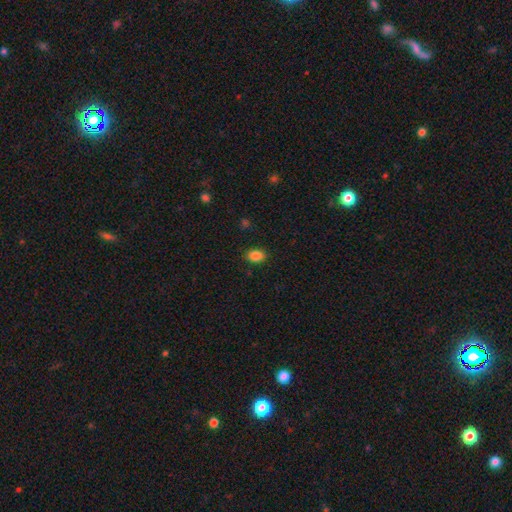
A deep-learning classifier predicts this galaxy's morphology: A smooth galaxy with no disk features (87%) that is in between round and cigar-shaped (81%). Merging: none (87%).